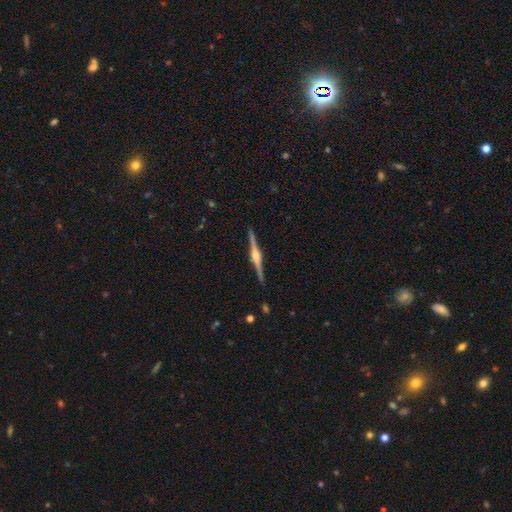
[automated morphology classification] Smooth or featured? Predicted: featured or disk (p=0.87). Edge-on disk? Predicted: yes (p=0.99). Edge-on bulge? Predicted: rounded (p=0.88). Merging? Predicted: none (p=0.92).